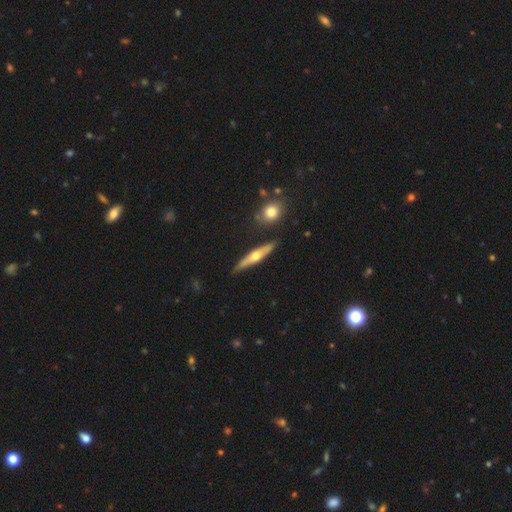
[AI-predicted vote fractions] Smooth or featured: featured or disk — 60% (smooth — 35%)
Edge-on disk: yes — 92% (no — 8%)
Edge-on bulge: rounded — 91% (none — 6%)
Merging: none — 84% (minor disturbance — 11%)